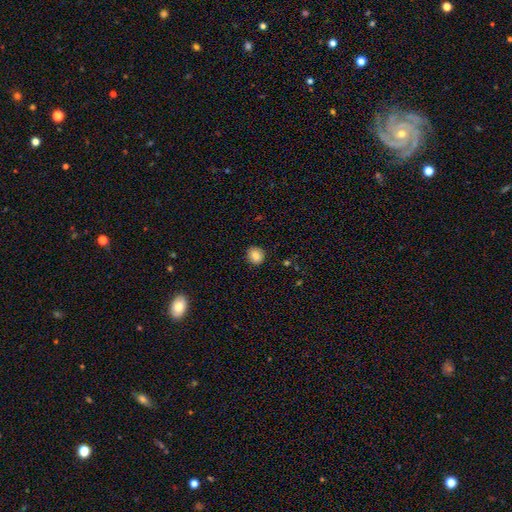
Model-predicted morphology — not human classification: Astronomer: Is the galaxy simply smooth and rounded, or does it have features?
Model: smooth — 83%.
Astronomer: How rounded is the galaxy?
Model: round — 86%.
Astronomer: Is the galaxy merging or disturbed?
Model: none — 90%.